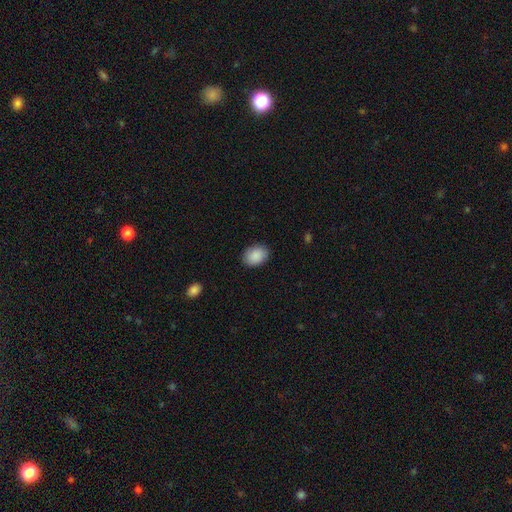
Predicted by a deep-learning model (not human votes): A smooth galaxy with no disk features (90%) that is in between round and cigar-shaped (73%).

Vote fractions:
- Smooth or featured? smooth: 90% / star or artifact: 6% / featured or disk: 4%
- How rounded? in between: 73% / round: 26% / cigar-shaped: 1%
- Merging? none: 87% / minor disturbance: 10% / major disturbance: 2% / merger: 1%